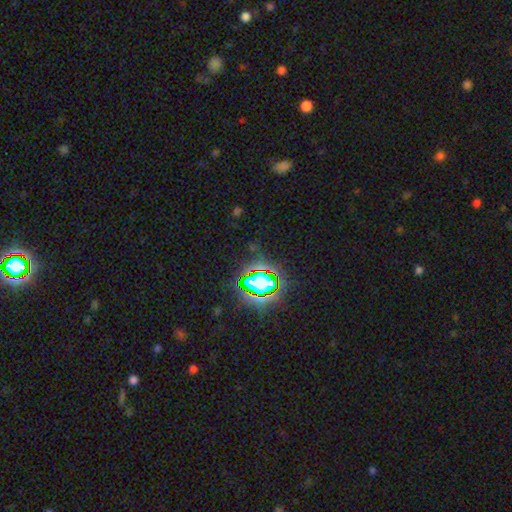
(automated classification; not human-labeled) Overall: star or artifact (75%).